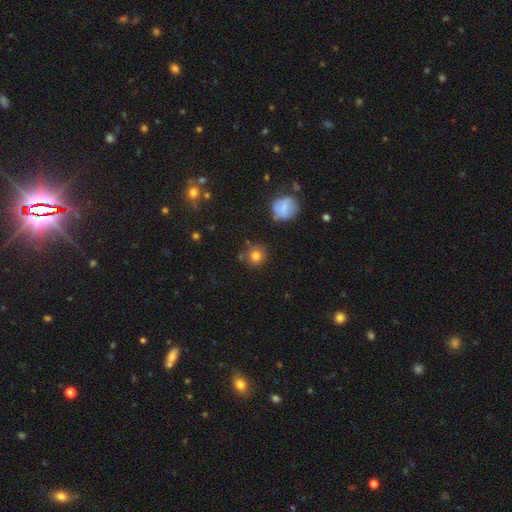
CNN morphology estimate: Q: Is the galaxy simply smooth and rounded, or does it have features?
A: smooth — 78%.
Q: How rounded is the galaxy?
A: round — 90%.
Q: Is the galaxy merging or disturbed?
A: none — 80%.